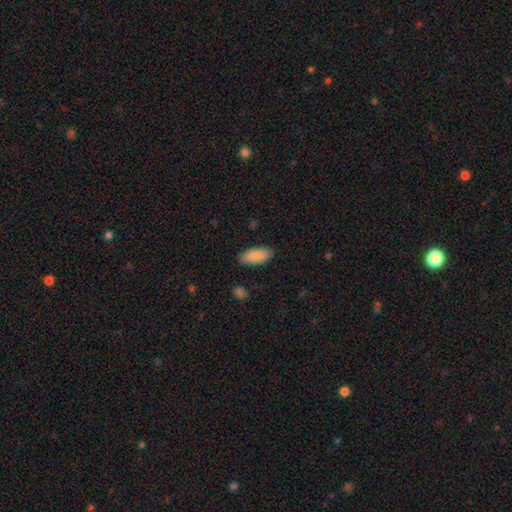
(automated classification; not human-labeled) Overall: smooth (89%). How rounded: in between (85%). Merging: none (87%).